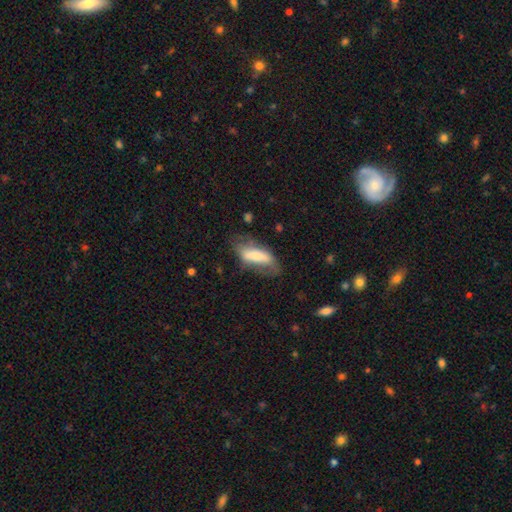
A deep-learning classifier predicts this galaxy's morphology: Overall: smooth (60%; featured or disk 33%). How rounded: in between (72%). Merging: none (45%; minor disturbance 29%).